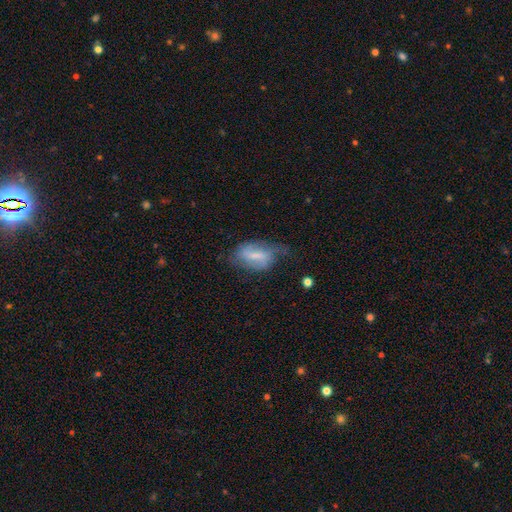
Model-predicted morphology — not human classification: The model was most divided on "merging": none: 39%, minor disturbance: 36%, major disturbance: 22%, merger: 3%. Remaining: smooth or featured — smooth (48%).